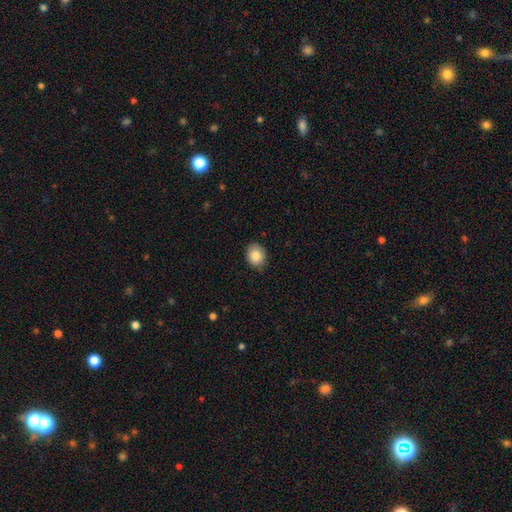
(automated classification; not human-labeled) This appears to be a smooth galaxy with no disk features (87%) that is round (54%). Merging: none (81%).